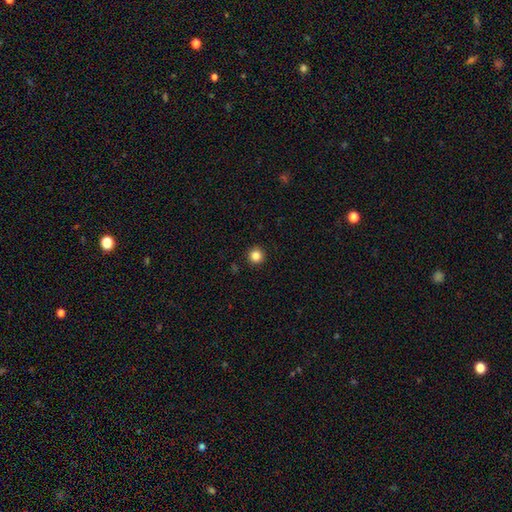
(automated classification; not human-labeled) Overall: smooth (85%). How rounded: round (96%). Merging: none (93%).